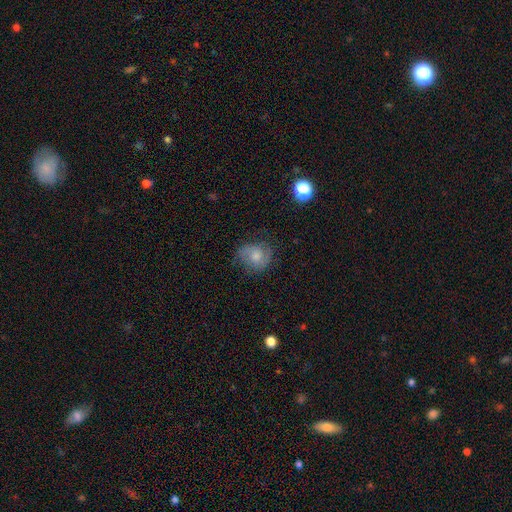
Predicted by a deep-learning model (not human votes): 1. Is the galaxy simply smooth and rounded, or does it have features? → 51% smooth, 40% featured or disk, 10% star or artifact.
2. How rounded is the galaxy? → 68% round, 31% in between, 1% cigar-shaped.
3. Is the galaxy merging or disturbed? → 65% none, 24% minor disturbance, 10% major disturbance, 1% merger.